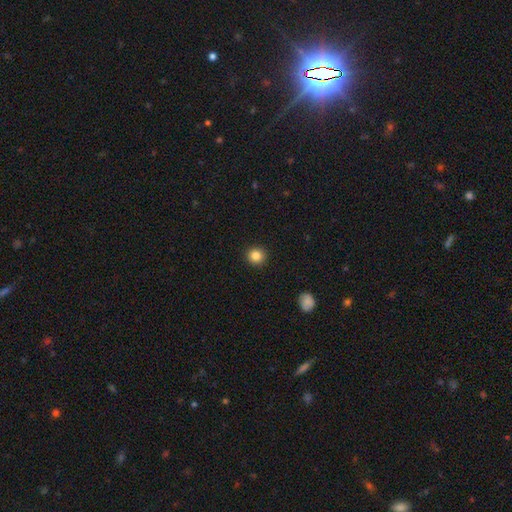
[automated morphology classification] This is clearly a smooth galaxy (84%). How rounded: clearly round (94%). Merging: clearly none (93%).